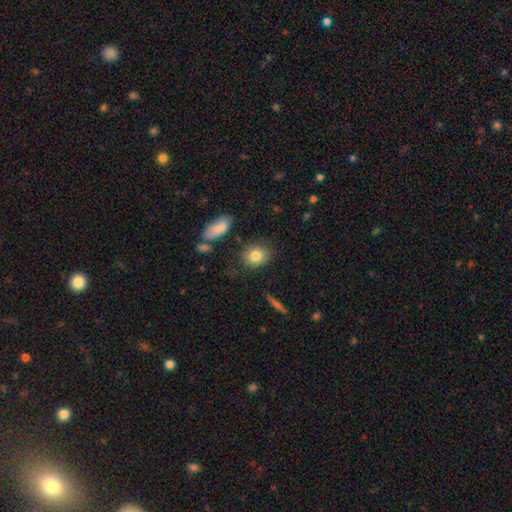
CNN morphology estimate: Smooth or featured?
  - smooth: 82% *
  - featured or disk: 9%
  - star or artifact: 8%
How rounded?
  - round: 57% *
  - in between: 41%
  - cigar-shaped: 2%
Merging?
  - none: 82% *
  - minor disturbance: 12%
  - major disturbance: 4%
  - merger: 3%